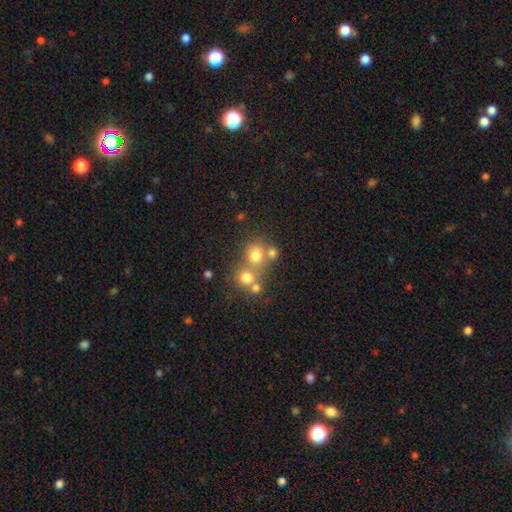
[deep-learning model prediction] This is likely a smooth galaxy (69%). How rounded: clearly round (82%). Merging: possibly none (46%).